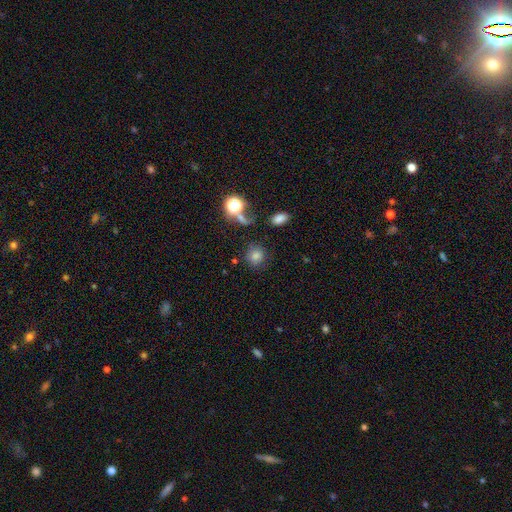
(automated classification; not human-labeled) This appears to be a smooth galaxy with no disk features (74%) that is round (82%). Merging: none (76%).